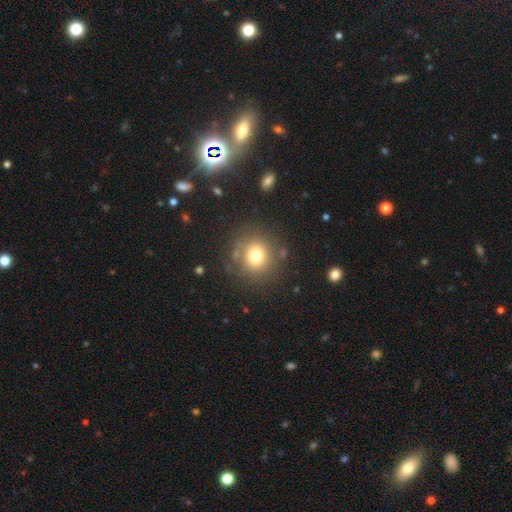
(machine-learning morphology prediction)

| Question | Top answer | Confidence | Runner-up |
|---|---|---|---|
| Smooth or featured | smooth | 74% | star or artifact (14%) |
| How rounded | round | 86% | in between (13%) |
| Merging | none | 81% | minor disturbance (10%) |